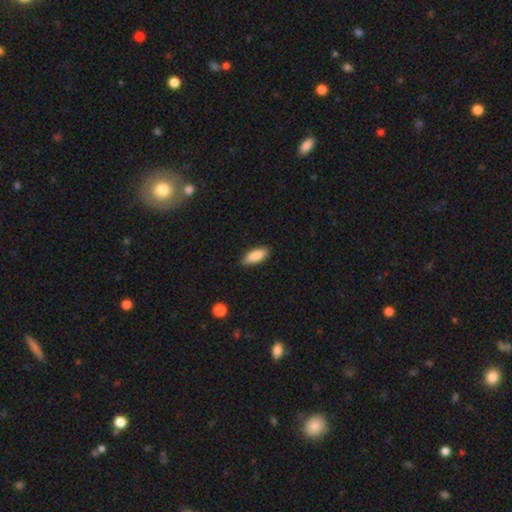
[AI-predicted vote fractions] Smooth or featured? smooth (87%)
How rounded? in between (76%)
Merging? none (85%)